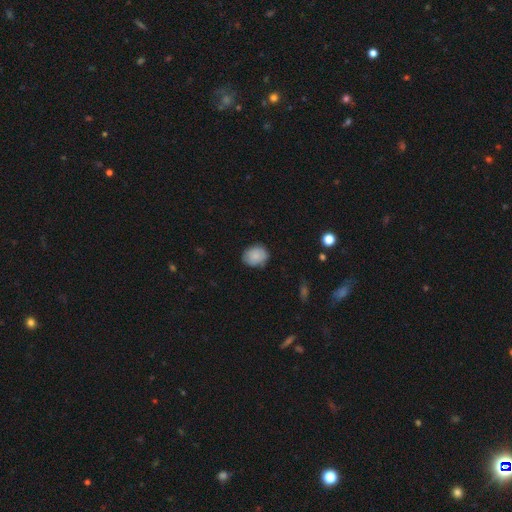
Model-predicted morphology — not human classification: A smooth galaxy with no disk features (81%) that is round (53%). Merging: none (78%).